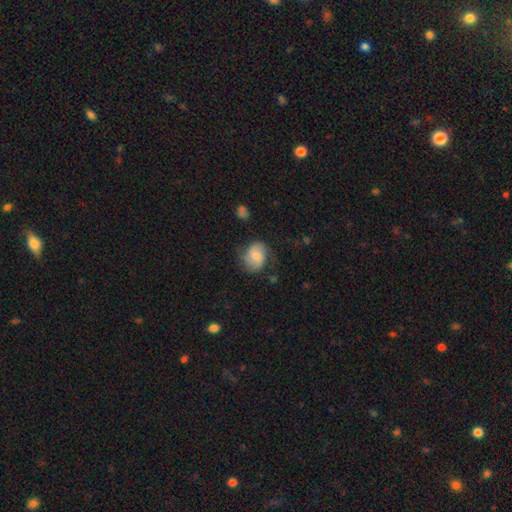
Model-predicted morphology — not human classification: smooth_or_featured: smooth (p=0.57) [alt: featured or disk p=0.35]
how_rounded: round (p=0.52) [alt: in between p=0.47]
merging: none (p=0.61) [alt: minor disturbance p=0.26]